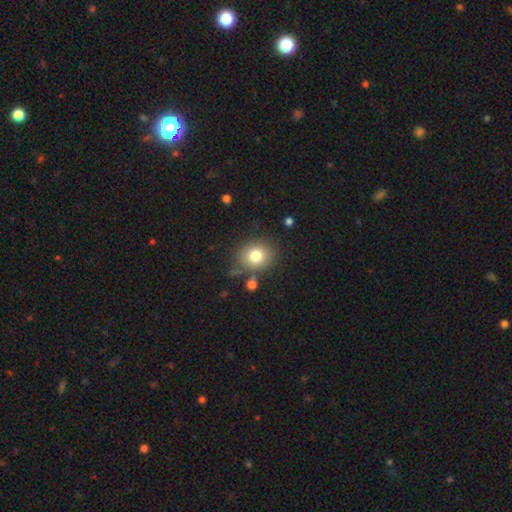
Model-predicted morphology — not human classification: Smooth or featured?
  - smooth: 79% *
  - star or artifact: 11%
  - featured or disk: 10%
How rounded?
  - round: 74% *
  - in between: 25%
  - cigar-shaped: 1%
Merging?
  - none: 75% *
  - minor disturbance: 14%
  - merger: 6%
  - major disturbance: 5%